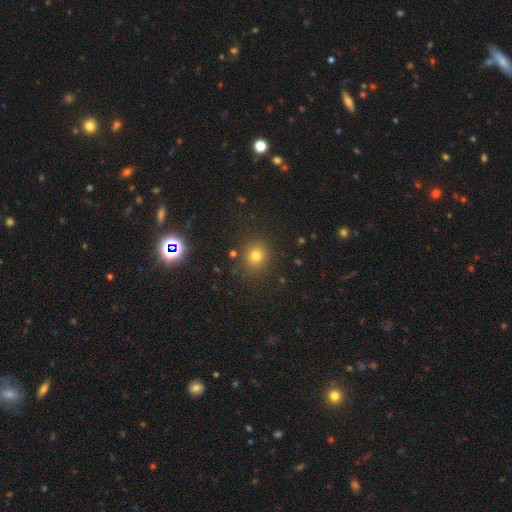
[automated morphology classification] Q: Smooth or featured?
A: smooth (74%); runner-up: star or artifact (19%)
Q: How rounded?
A: round (85%); runner-up: in between (14%)
Q: Merging?
A: none (84%); runner-up: minor disturbance (9%)